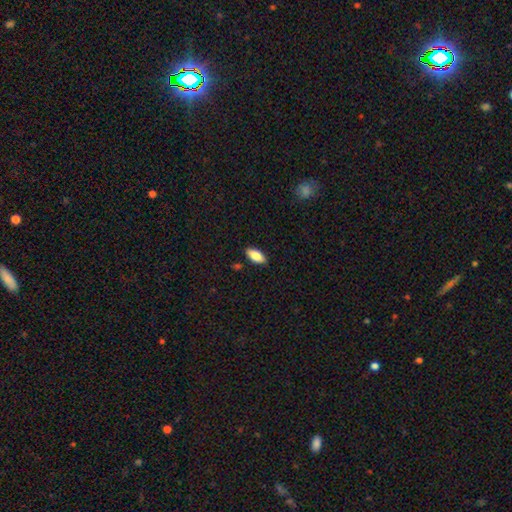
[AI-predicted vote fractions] Morphology: type=smooth (81%); roundness=in between (88%); merging=none (88%).